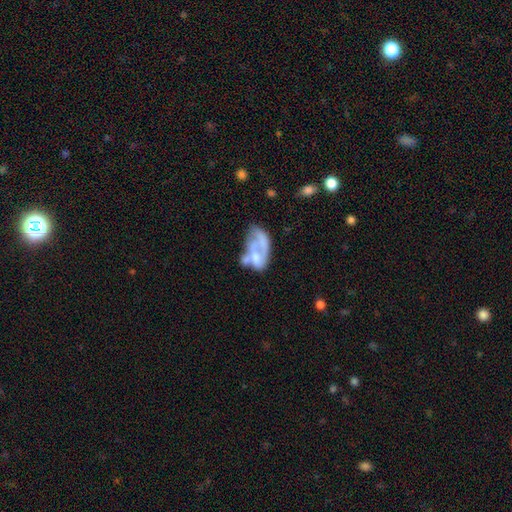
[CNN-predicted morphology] This appears to be a featured or disk galaxy (51%). Merging: merger (35%).